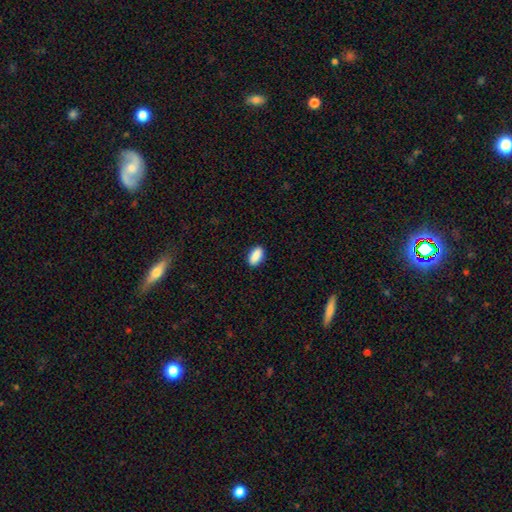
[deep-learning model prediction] smooth 89%, star or artifact 7%, featured or disk 4%. Down the decision tree: how rounded — in between (86%); merging — none (89%).